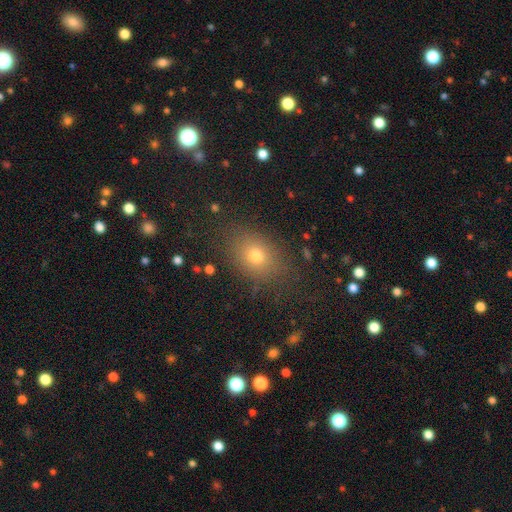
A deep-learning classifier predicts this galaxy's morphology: type=smooth (73%); roundness=in between (63%); merging=none (81%).